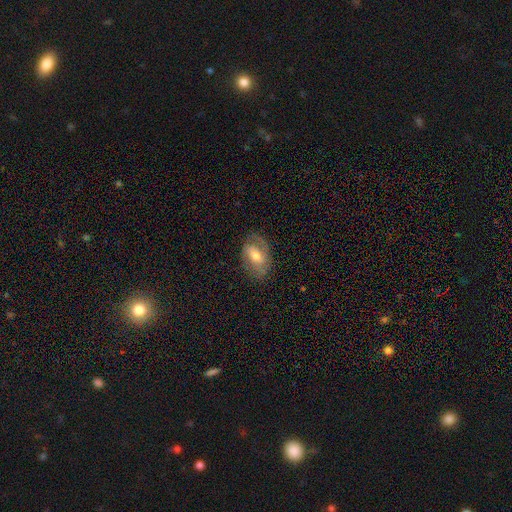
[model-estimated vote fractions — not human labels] Morphology: type=featured or disk (58%); edge-on=no (93%); bar=weak (43%); spiral arms=yes (77%); bulge=moderate (68%); merging=none (72%).